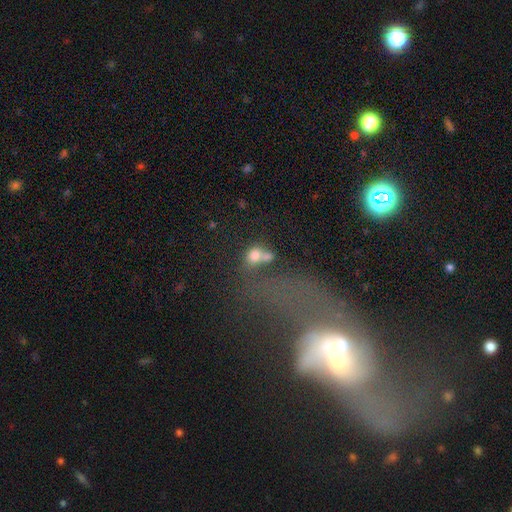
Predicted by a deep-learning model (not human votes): Smooth or featured: smooth — 66% (featured or disk — 17%)
How rounded: in between — 50% (round — 47%)
Merging: merger — 49% (none — 25%)